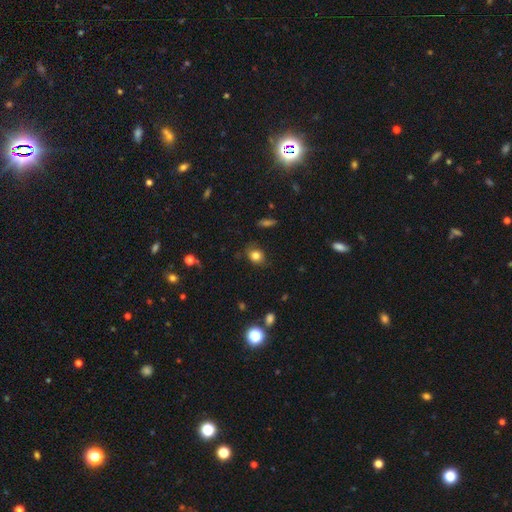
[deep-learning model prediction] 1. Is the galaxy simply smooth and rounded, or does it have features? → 81% smooth, 11% star or artifact, 8% featured or disk.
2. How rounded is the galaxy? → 61% round, 37% in between, 1% cigar-shaped.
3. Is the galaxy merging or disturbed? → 78% none, 16% minor disturbance, 4% major disturbance, 1% merger.